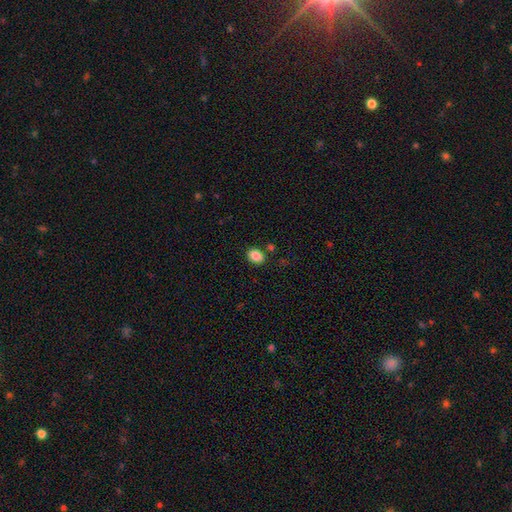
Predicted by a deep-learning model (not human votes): The model was most divided on "how rounded": in between: 71%, round: 28%, cigar-shaped: 1%. More confident: smooth or featured — smooth (87%); merging — none (82%).